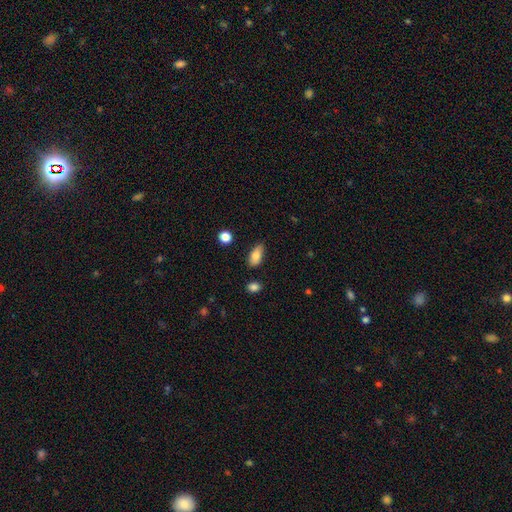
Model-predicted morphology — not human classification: This is clearly a smooth galaxy (82%). How rounded: clearly in between (87%). Merging: likely none (74%).